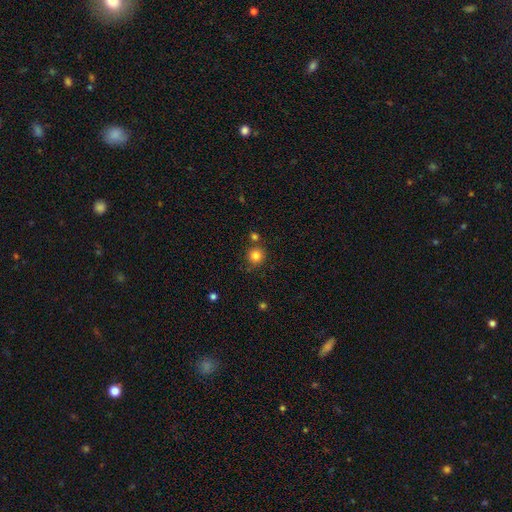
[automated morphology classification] The model was most divided on "merging": none: 79%, merger: 9%, minor disturbance: 9%, major disturbance: 3%. More confident: how rounded — round (93%); smooth or featured — smooth (83%).